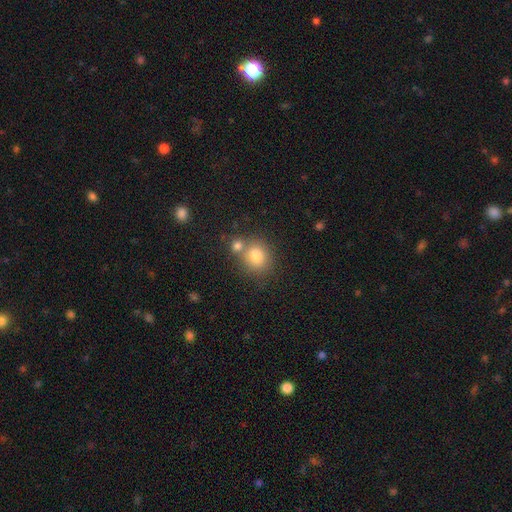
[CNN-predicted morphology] Overall: smooth (79%). How rounded: round (78%). Merging: none (56%; merger 31%).